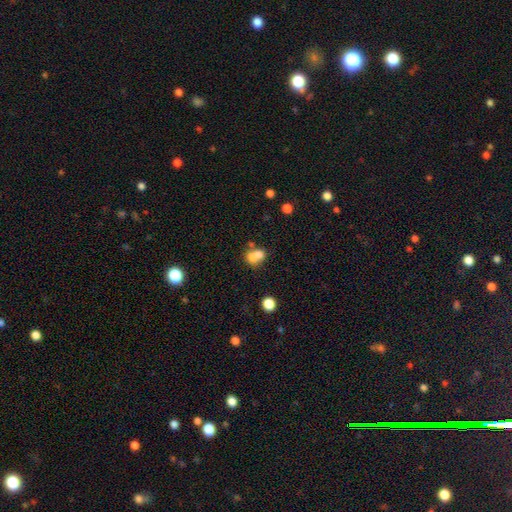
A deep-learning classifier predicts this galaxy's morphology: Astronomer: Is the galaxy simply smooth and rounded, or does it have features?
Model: smooth — 70%.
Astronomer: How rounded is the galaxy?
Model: round — 54% (runner-up: in between, 44%).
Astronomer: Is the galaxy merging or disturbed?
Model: merger — 59%.